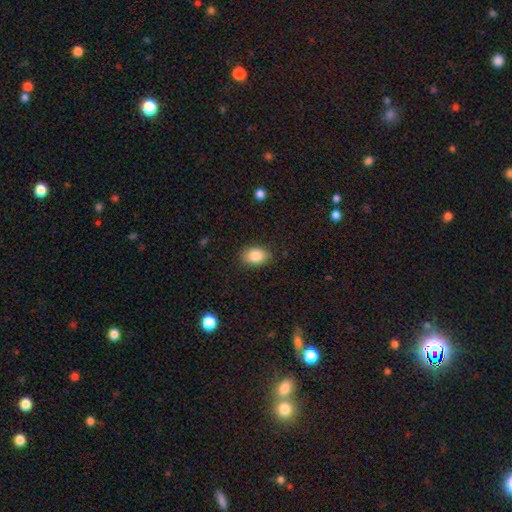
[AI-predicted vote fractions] smooth 86%, star or artifact 8%, featured or disk 6%. Down the decision tree: how rounded — in between (78%); merging — none (85%).